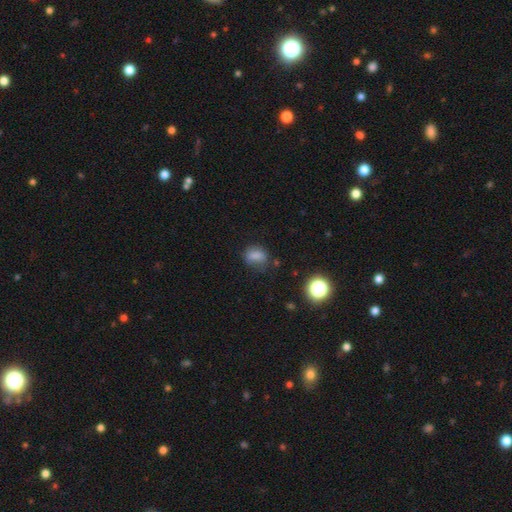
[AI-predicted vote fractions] Smooth or featured? Predicted: smooth (p=0.76). How rounded? Predicted: in between (p=0.59). Merging? Predicted: none (p=0.60).